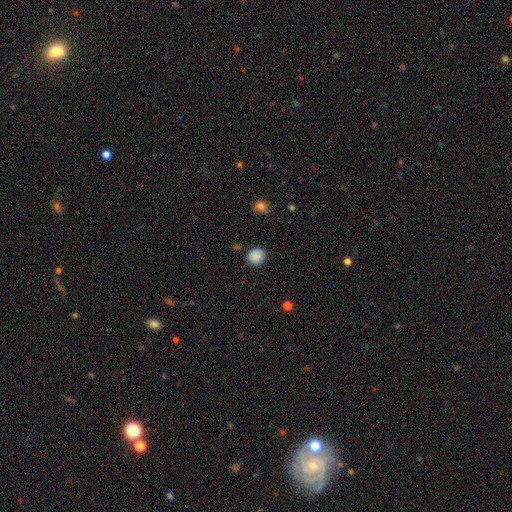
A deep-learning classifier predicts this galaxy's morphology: type=smooth (87%); roundness=round (71%); merging=none (82%).